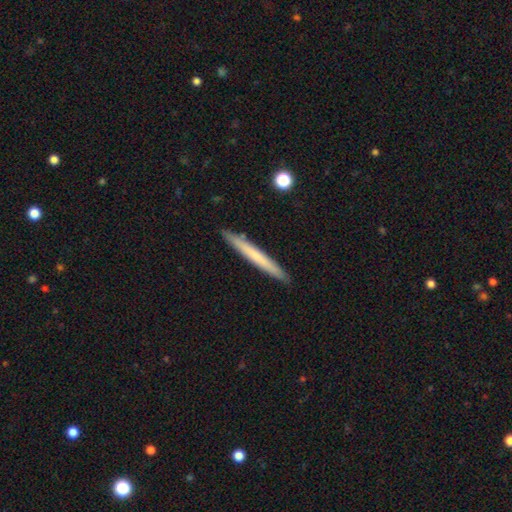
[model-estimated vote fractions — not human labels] Overall: smooth (60%; featured or disk 34%). How rounded: cigar-shaped (97%). Merging: none (91%).